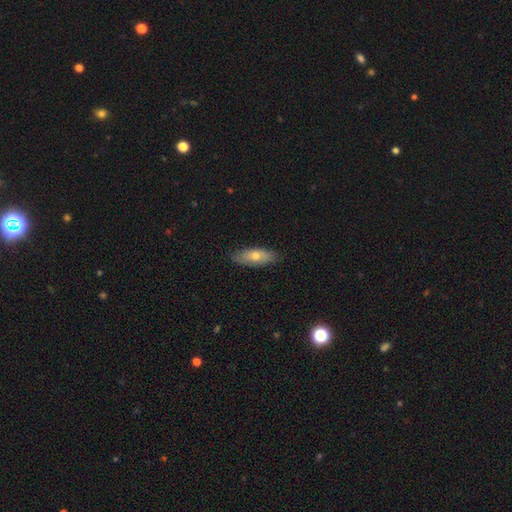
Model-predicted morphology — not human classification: This is likely a smooth galaxy (63%). How rounded: likely in between (69%). Merging: clearly none (85%).